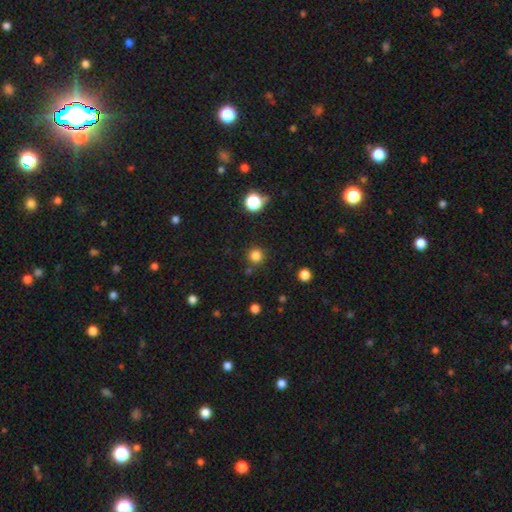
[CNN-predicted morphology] A smooth galaxy with no disk features (81%) that is round (94%). Merging: none (86%).